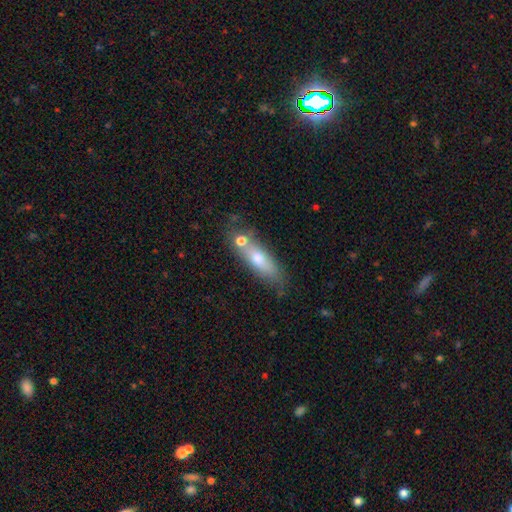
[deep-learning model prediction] Smooth or featured? smooth (58%)
How rounded? cigar-shaped (54%)
Merging? none (60%)